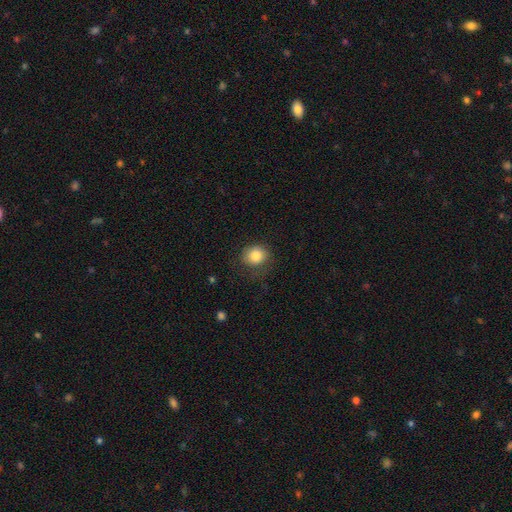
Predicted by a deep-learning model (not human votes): smooth-or-featured: smooth: 83% | star or artifact: 10% | featured or disk: 7%
  how-rounded: round: 80% | in between: 19% | cigar-shaped: 1%
  merging: none: 74% | minor disturbance: 17% | major disturbance: 8% | merger: 1%